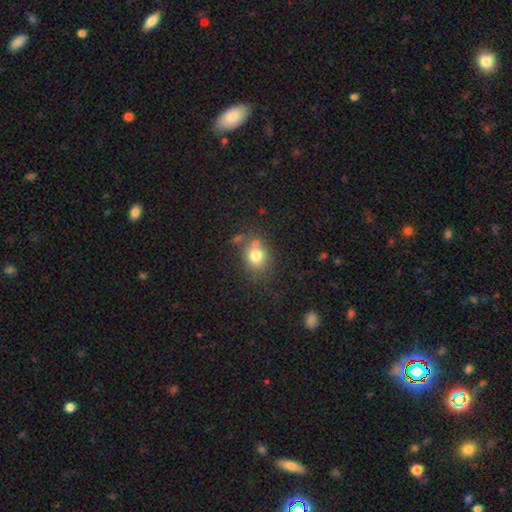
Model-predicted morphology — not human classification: This is likely a smooth galaxy (77%). How rounded: possibly round (59%). Merging: possibly none (58%).